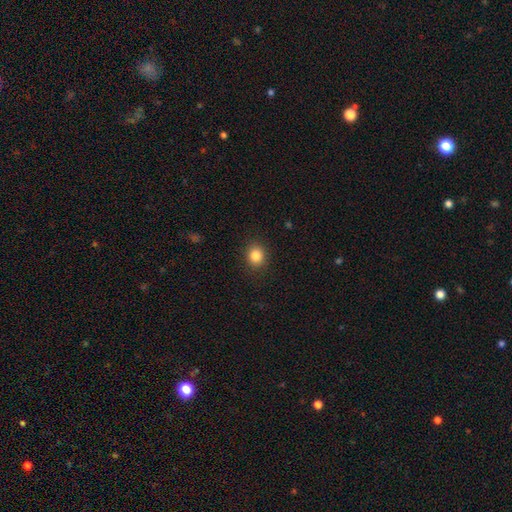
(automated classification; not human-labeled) smooth-or-featured: smooth: 84% | star or artifact: 11% | featured or disk: 5%
  how-rounded: round: 78% | in between: 22% | cigar-shaped: 1%
  merging: none: 90% | minor disturbance: 6% | major disturbance: 2% | merger: 1%